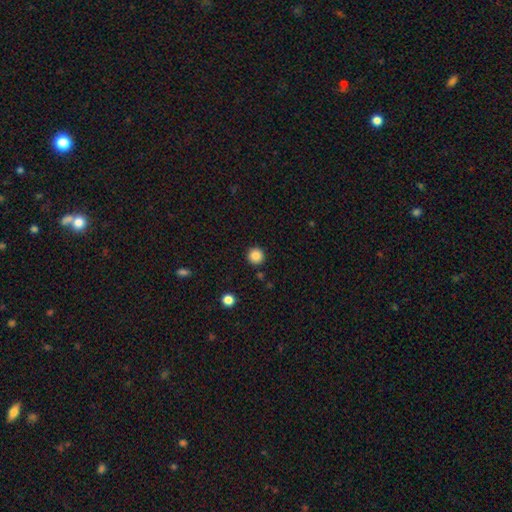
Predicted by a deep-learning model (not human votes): A smooth galaxy with no disk features (86%) that is round (95%).

Vote fractions:
- Smooth or featured? smooth: 86% / star or artifact: 10% / featured or disk: 4%
- How rounded? round: 95% / in between: 4% / cigar-shaped: 1%
- Merging? none: 92% / minor disturbance: 5% / merger: 2% / major disturbance: 2%